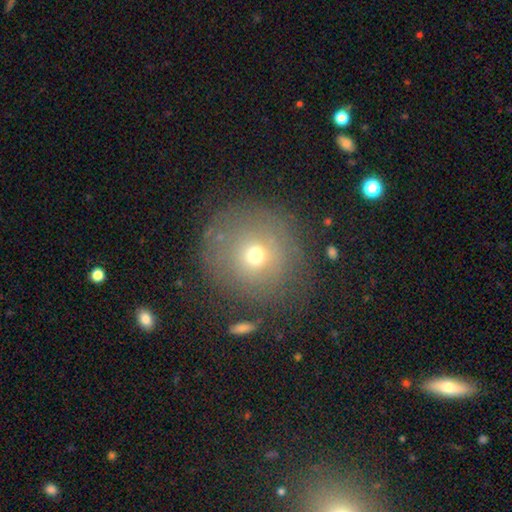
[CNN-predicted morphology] A smooth galaxy with no disk features (64%) that is round (92%).

Vote fractions:
- Smooth or featured? smooth: 64% / featured or disk: 20% / star or artifact: 16%
- How rounded? round: 92% / in between: 7% / cigar-shaped: 1%
- Merging? none: 77% / minor disturbance: 13% / major disturbance: 7% / merger: 3%